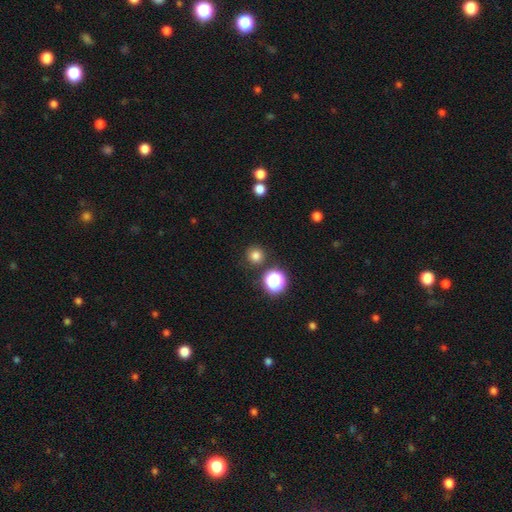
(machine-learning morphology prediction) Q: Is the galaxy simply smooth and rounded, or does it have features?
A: smooth — 78%.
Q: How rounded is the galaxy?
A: round — 94%.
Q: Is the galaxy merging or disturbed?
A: none — 87%.